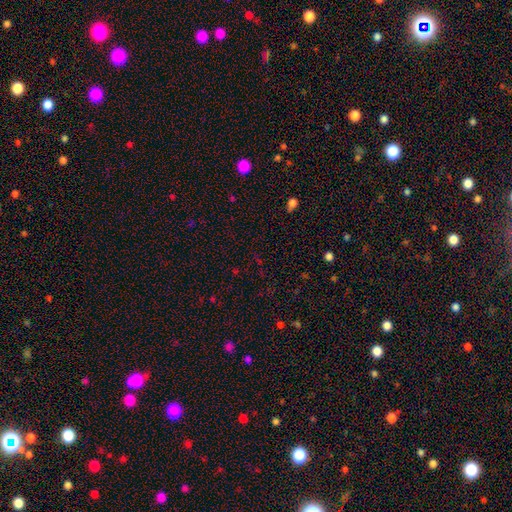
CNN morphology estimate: The model was most divided on "smooth or featured": star or artifact: 61%, smooth: 30%, featured or disk: 9%.